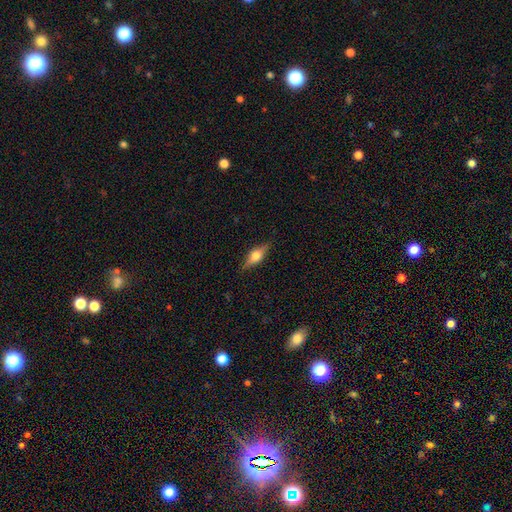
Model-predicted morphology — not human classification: Smooth or featured? Predicted: featured or disk (p=0.57). Edge-on disk? Predicted: yes (p=0.94). Edge-on bulge? Predicted: rounded (p=0.93). Merging? Predicted: none (p=0.86).